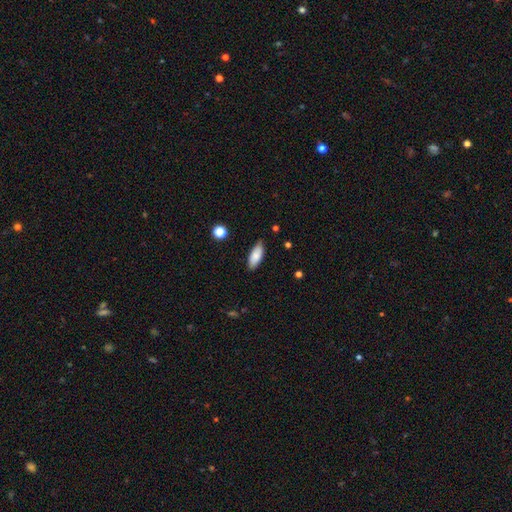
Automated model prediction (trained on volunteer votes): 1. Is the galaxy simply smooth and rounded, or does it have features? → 84% smooth, 10% featured or disk, 6% star or artifact.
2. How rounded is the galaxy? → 81% in between, 17% cigar-shaped, 2% round.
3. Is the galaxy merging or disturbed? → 83% none, 13% minor disturbance, 2% major disturbance, 1% merger.